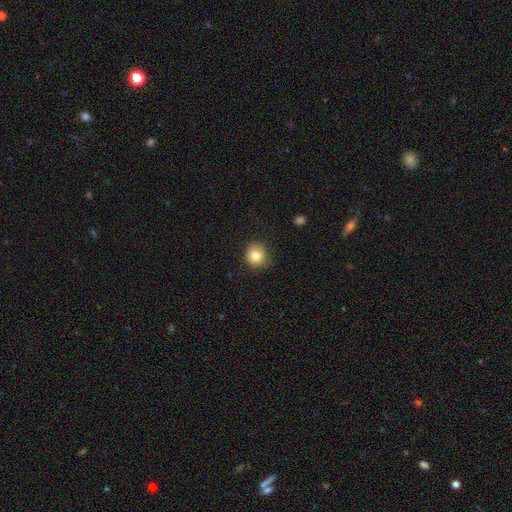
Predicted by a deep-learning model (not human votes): Morphology: type=smooth (82%); roundness=round (92%); merging=none (87%).